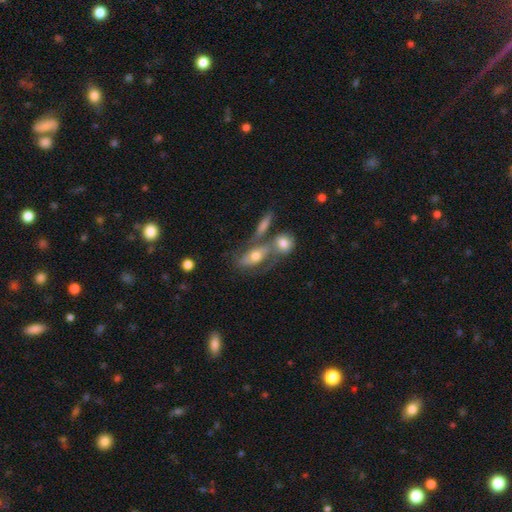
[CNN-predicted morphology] This appears to be a featured or disk galaxy (56%). Merging: none (39%).